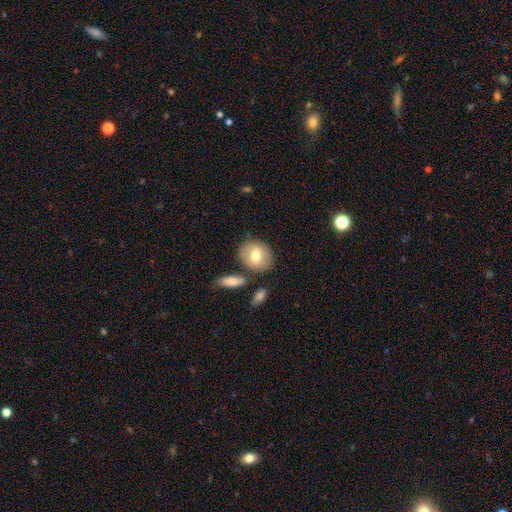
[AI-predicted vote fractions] Q: Smooth or featured?
A: smooth (71%); runner-up: featured or disk (22%)
Q: How rounded?
A: round (60%); runner-up: in between (38%)
Q: Merging?
A: none (75%); runner-up: minor disturbance (12%)